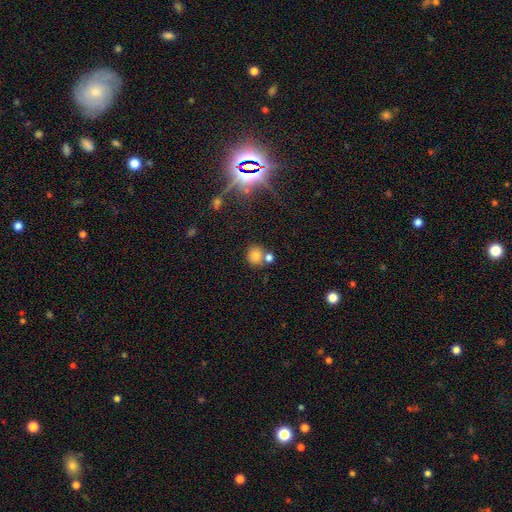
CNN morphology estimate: This appears to be a smooth galaxy with no disk features (78%) that is round (84%). Merging: none (60%).